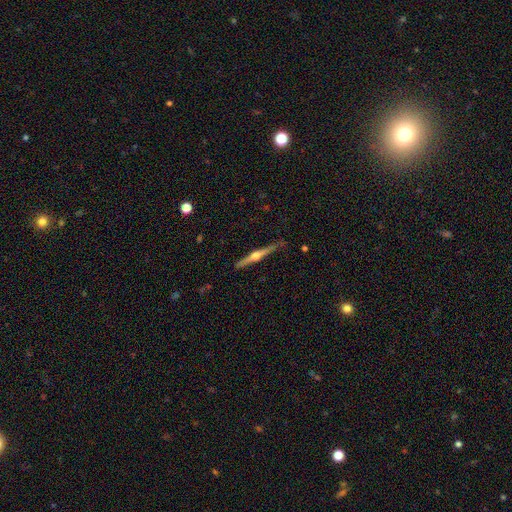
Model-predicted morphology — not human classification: featured or disk 78%, smooth 16%, star or artifact 6%. Down the decision tree: edge-on disk — yes (98%); edge-on bulge — rounded (95%); merging — none (86%).